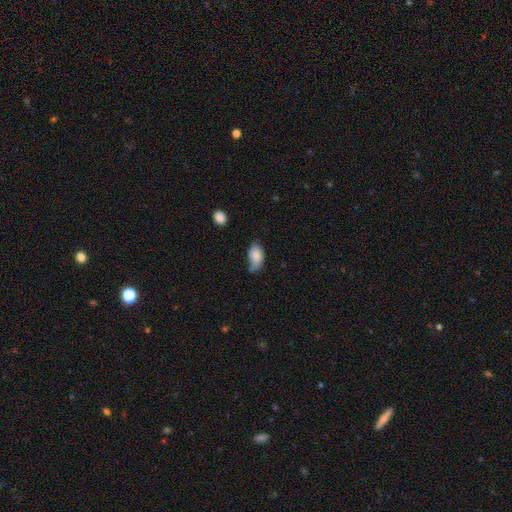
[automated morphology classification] smooth 72%, featured or disk 21%, star or artifact 8%. Down the decision tree: how rounded — in between (91%); merging — minor disturbance (40%).